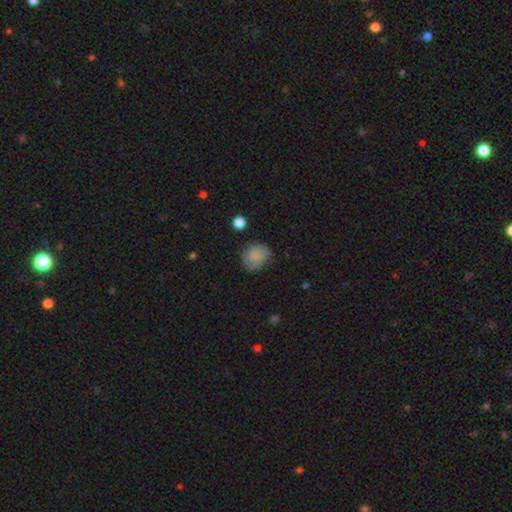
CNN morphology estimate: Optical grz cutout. It shows a smooth galaxy with no disk features (76%) that is round (70%). Merging: none (64%).